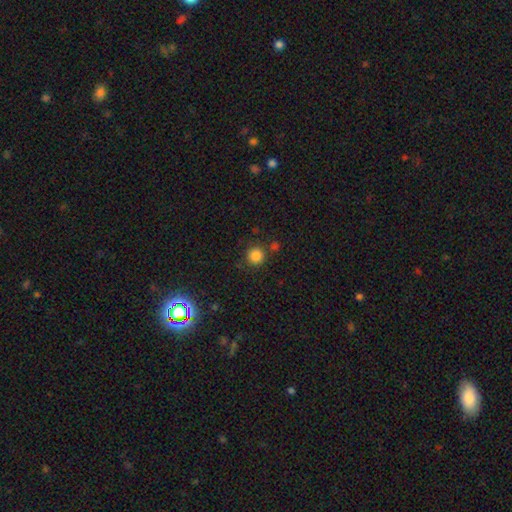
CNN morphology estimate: Q: Smooth or featured?
A: smooth (84%); runner-up: star or artifact (12%)
Q: How rounded?
A: round (94%); runner-up: in between (6%)
Q: Merging?
A: none (81%); runner-up: minor disturbance (9%)